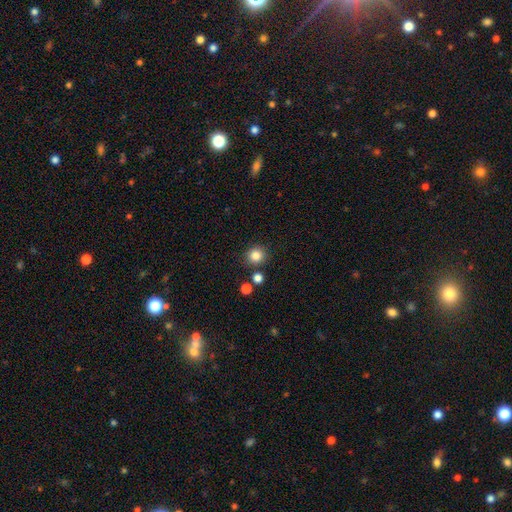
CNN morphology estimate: This is clearly a smooth galaxy (84%). How rounded: clearly round (91%). Merging: clearly none (84%).